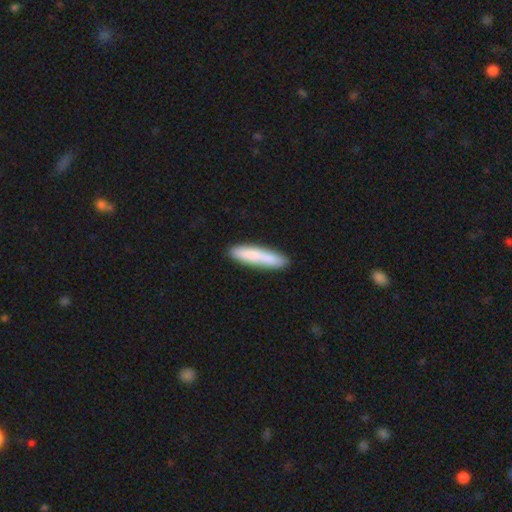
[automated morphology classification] smooth_or_featured: smooth (p=0.81) [alt: featured or disk p=0.14]
how_rounded: cigar-shaped (p=0.86) [alt: in between p=0.12]
merging: none (p=0.85) [alt: minor disturbance p=0.10]